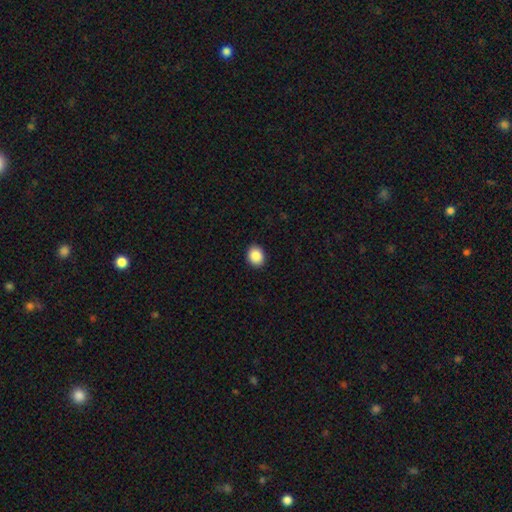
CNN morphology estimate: type=smooth (88%); roundness=round (59%); merging=none (91%).